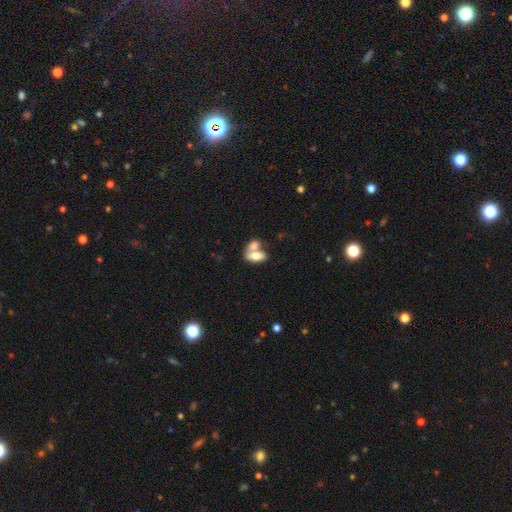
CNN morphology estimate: A smooth galaxy with no disk features (71%) that is in between round and cigar-shaped (87%). Merging: merger (63%).